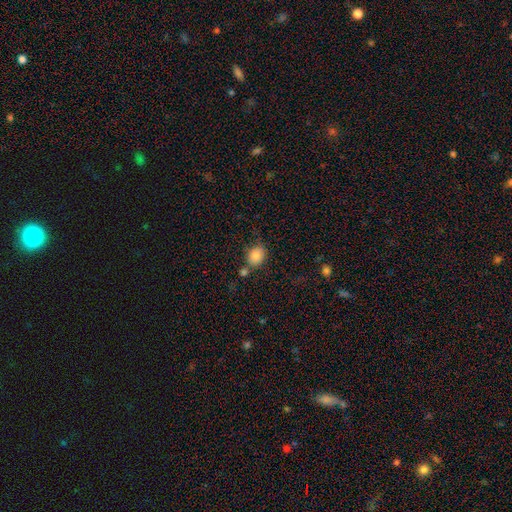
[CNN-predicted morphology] Smooth or featured? smooth (85%)
How rounded? round (55%)
Merging? none (69%)